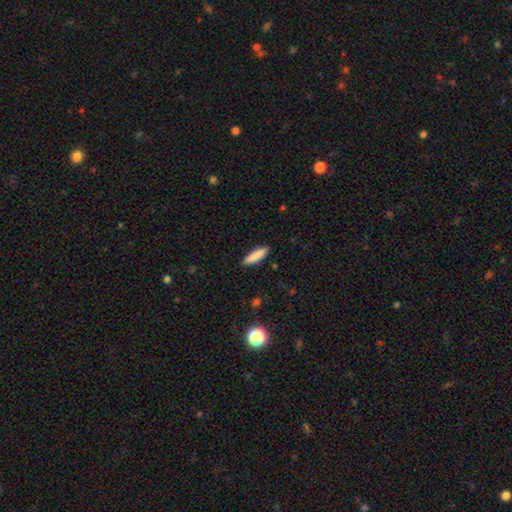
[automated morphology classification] smooth_or_featured: smooth (p=0.86) [alt: featured or disk p=0.08]
how_rounded: cigar-shaped (p=0.67) [alt: in between p=0.32]
merging: none (p=0.89) [alt: minor disturbance p=0.09]